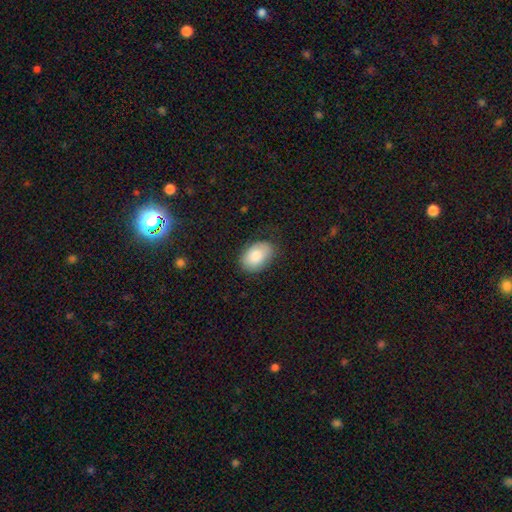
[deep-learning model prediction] The model was most divided on "merging": none: 74%, minor disturbance: 19%, major disturbance: 5%, merger: 1%. More confident: how rounded — in between (86%); smooth or featured — smooth (84%).